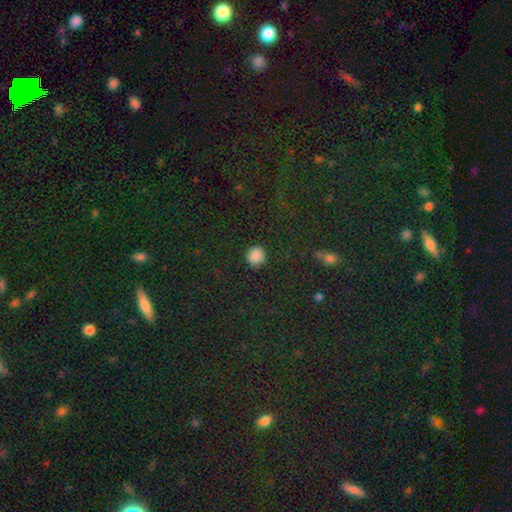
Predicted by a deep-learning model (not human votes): Q: Smooth or featured?
A: smooth (87%); runner-up: star or artifact (10%)
Q: How rounded?
A: round (89%); runner-up: in between (10%)
Q: Merging?
A: none (90%); runner-up: minor disturbance (7%)